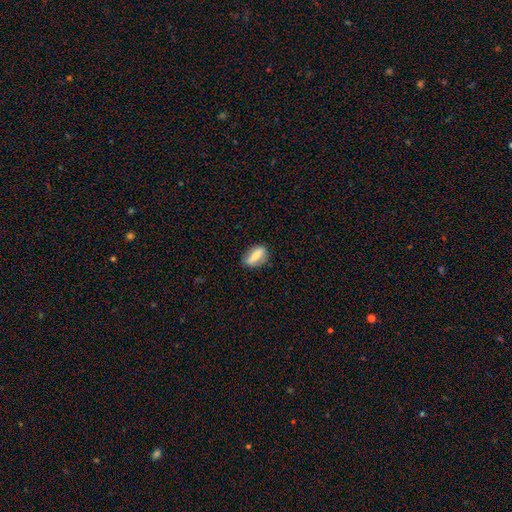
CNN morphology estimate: Smooth or featured? smooth (59%)
How rounded? in between (67%)
Merging? none (82%)